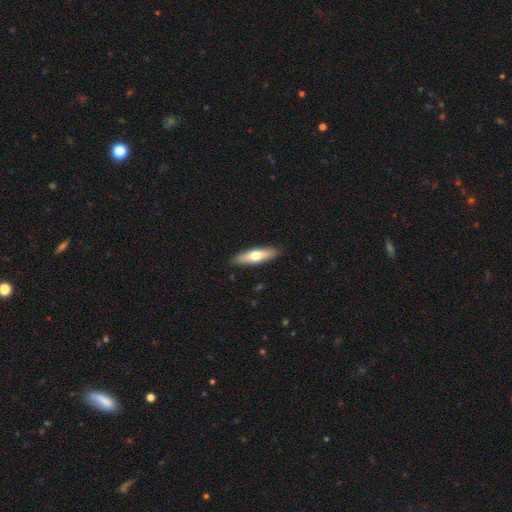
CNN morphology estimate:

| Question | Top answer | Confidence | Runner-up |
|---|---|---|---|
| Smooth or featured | smooth | 60% | featured or disk (35%) |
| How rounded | cigar-shaped | 63% | in between (35%) |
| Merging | none | 90% | minor disturbance (8%) |